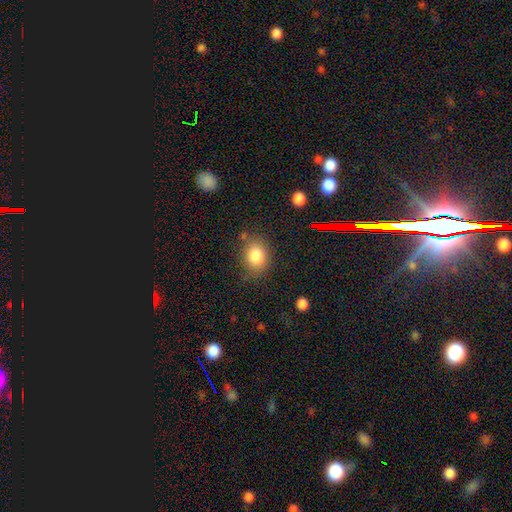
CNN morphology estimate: A smooth galaxy with no disk features (83%) that is in between round and cigar-shaped (57%). Merging: none (76%).